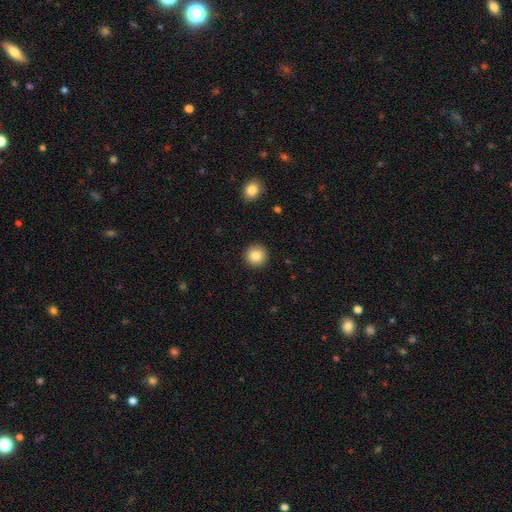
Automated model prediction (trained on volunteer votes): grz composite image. It shows a smooth galaxy with no disk features (83%) that is round (95%). Merging: none (93%).